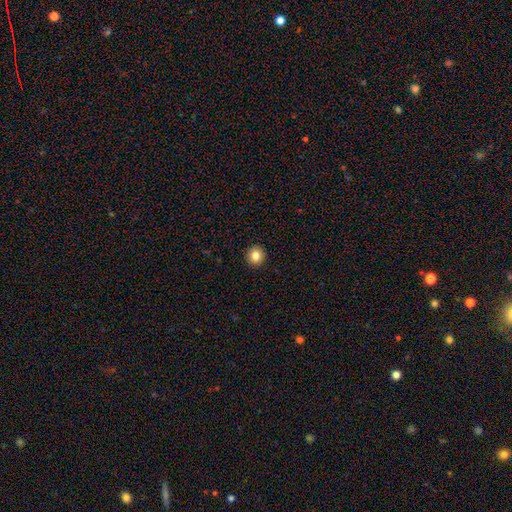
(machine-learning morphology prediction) Smooth or featured: smooth — 83% (star or artifact — 10%)
How rounded: round — 92% (in between — 7%)
Merging: none — 93% (minor disturbance — 4%)